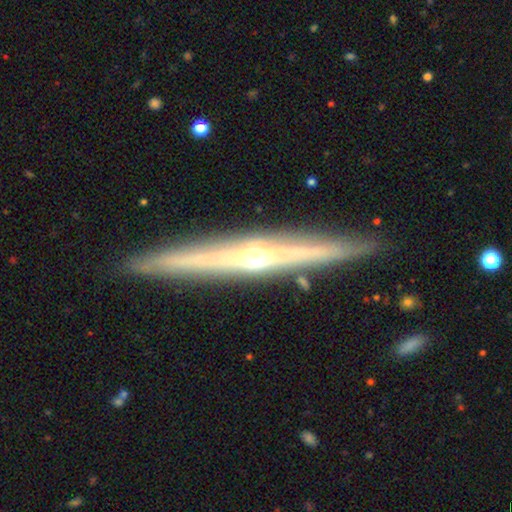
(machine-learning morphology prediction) smooth_or_featured: featured or disk (p=0.75) [alt: smooth p=0.19]
disk_edge_on: yes (p=0.96) [alt: no p=0.04]
edge_on_bulge: rounded (p=0.86) [alt: none p=0.10]
merging: none (p=0.89) [alt: minor disturbance p=0.08]